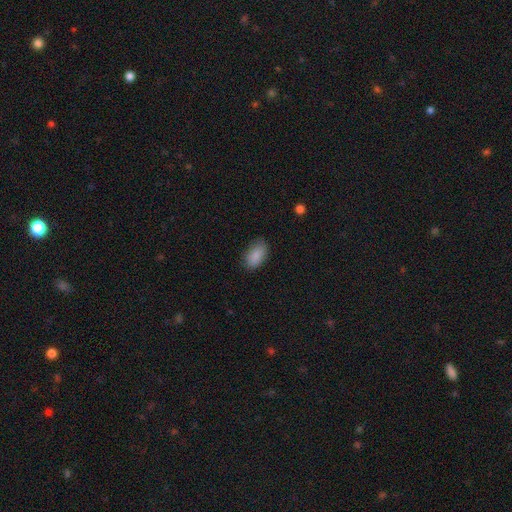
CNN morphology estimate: Q: Smooth or featured?
A: smooth (88%); runner-up: star or artifact (7%)
Q: How rounded?
A: in between (92%); runner-up: round (6%)
Q: Merging?
A: none (80%); runner-up: minor disturbance (15%)